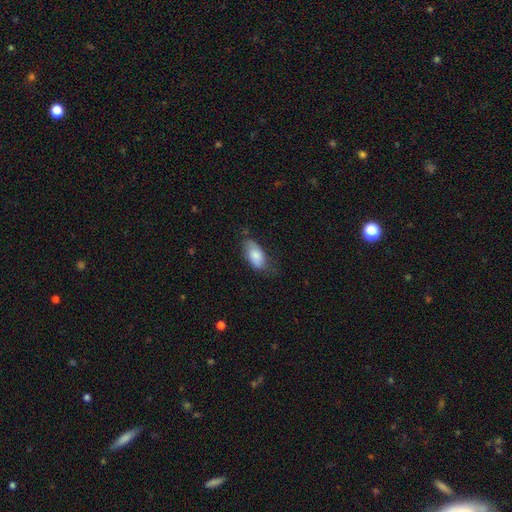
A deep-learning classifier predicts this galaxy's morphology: Q: Smooth or featured?
A: smooth (80%); runner-up: featured or disk (14%)
Q: How rounded?
A: in between (92%); runner-up: cigar-shaped (5%)
Q: Merging?
A: none (60%); runner-up: minor disturbance (30%)